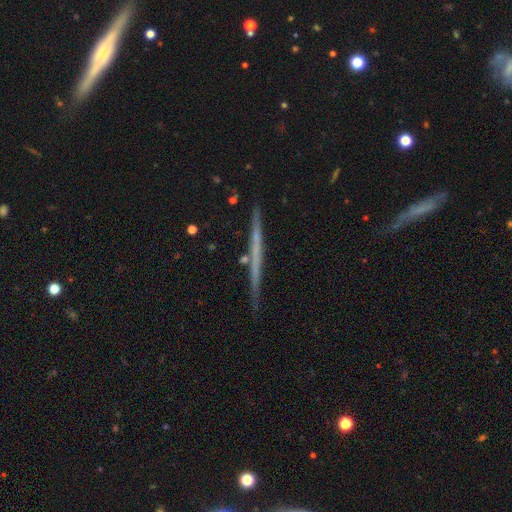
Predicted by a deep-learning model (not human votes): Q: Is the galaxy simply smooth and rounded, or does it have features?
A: featured or disk — 60%.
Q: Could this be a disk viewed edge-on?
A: yes — 97%.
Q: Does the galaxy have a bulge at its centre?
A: none — 91%.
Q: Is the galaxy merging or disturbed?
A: none — 87%.